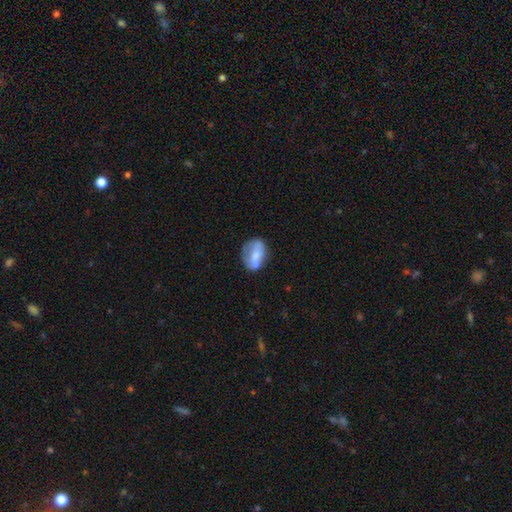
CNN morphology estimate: This appears to be a smooth galaxy with no disk features (58%) that is in between round and cigar-shaped (75%). Merging: none (48%).